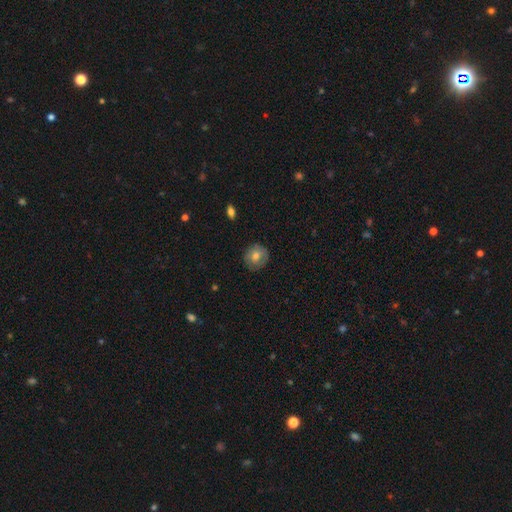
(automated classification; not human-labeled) Smooth or featured? smooth (68%)
How rounded? round (87%)
Merging? none (82%)